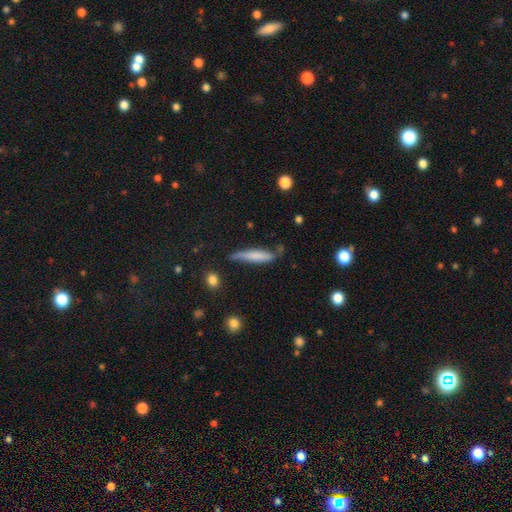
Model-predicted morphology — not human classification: A smooth galaxy with no disk features (67%) that is cigar-shaped (87%). Merging: none (59%).